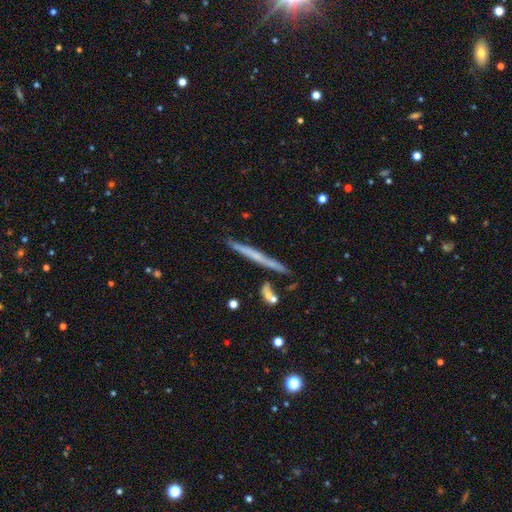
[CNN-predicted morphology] This is possibly a featured or disk galaxy (58%). It is clearly viewed edge-on (97%). Edge-on bulge: likely none (71%). Merging: clearly none (84%).